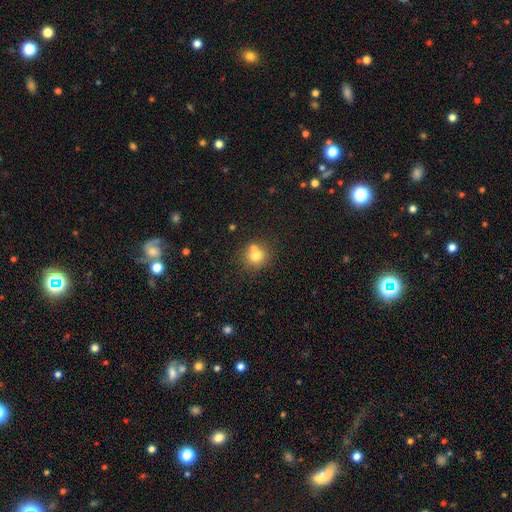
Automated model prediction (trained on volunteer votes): This appears to be a smooth galaxy with no disk features (74%) that is round (87%). Merging: none (61%).